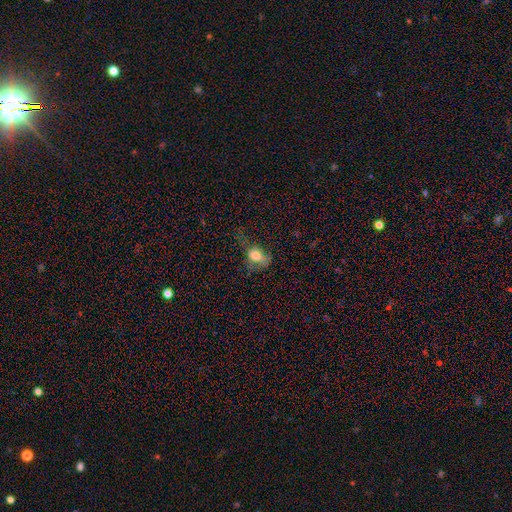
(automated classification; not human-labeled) Smooth or featured?
  - smooth: 72% *
  - featured or disk: 16%
  - star or artifact: 12%
How rounded?
  - in between: 66% *
  - round: 31%
  - cigar-shaped: 3%
Merging?
  - major disturbance: 37% *
  - none: 31%
  - minor disturbance: 29%
  - merger: 3%